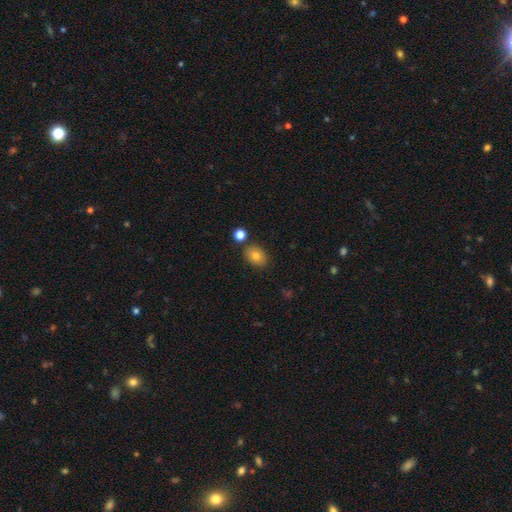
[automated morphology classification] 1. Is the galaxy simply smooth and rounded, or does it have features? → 80% smooth, 10% featured or disk, 10% star or artifact.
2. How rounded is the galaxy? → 69% in between, 30% round, 1% cigar-shaped.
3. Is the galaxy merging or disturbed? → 80% none, 10% minor disturbance, 7% merger, 3% major disturbance.